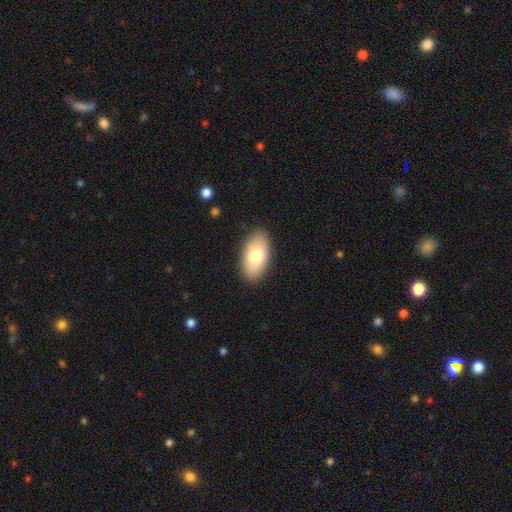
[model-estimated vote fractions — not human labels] smooth-or-featured: smooth: 76% | featured or disk: 18% | star or artifact: 6%
  how-rounded: in between: 94% | round: 3% | cigar-shaped: 2%
  merging: none: 88% | minor disturbance: 9% | major disturbance: 2% | merger: 1%